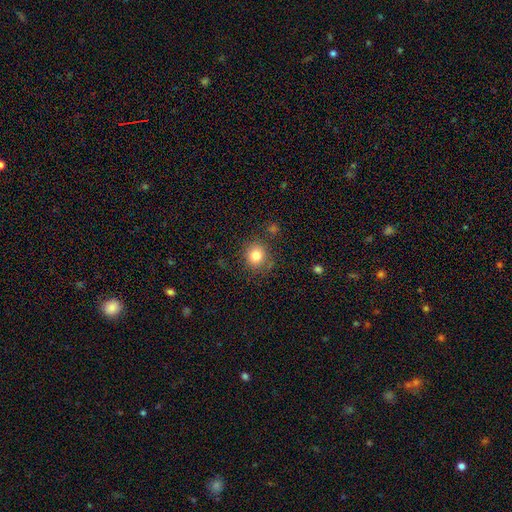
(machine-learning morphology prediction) This appears to be a smooth galaxy with no disk features (82%) that is round (84%). Merging: none (80%).